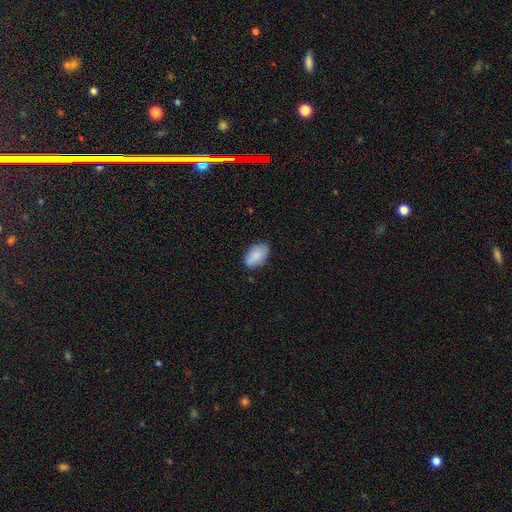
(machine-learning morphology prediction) Overall: smooth (86%). How rounded: in between (93%). Merging: none (78%).